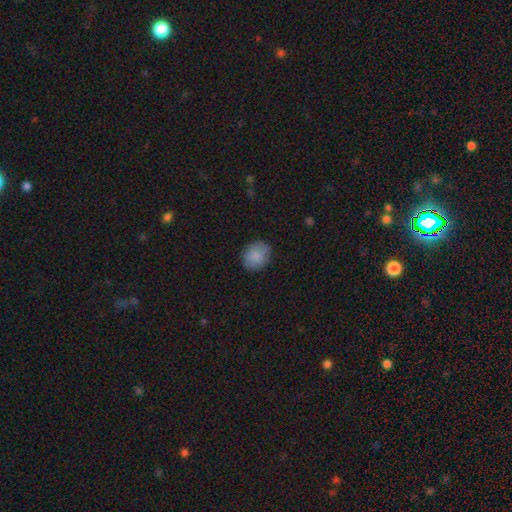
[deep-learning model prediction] smooth-or-featured: smooth: 86% | star or artifact: 7% | featured or disk: 6%
  how-rounded: round: 51% | in between: 48% | cigar-shaped: 1%
  merging: none: 83% | minor disturbance: 13% | major disturbance: 3% | merger: 1%